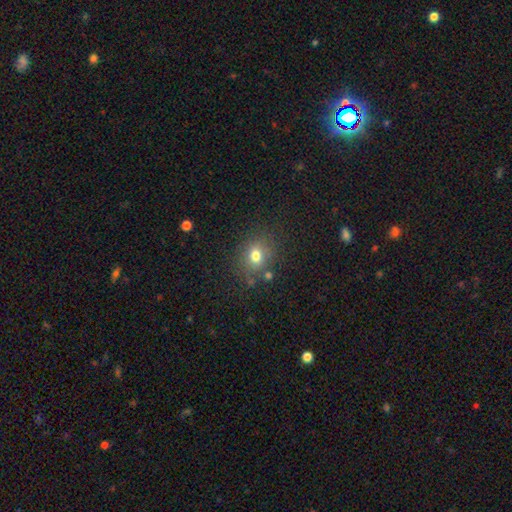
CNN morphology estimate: type=smooth (75%); roundness=round (63%); merging=none (78%).